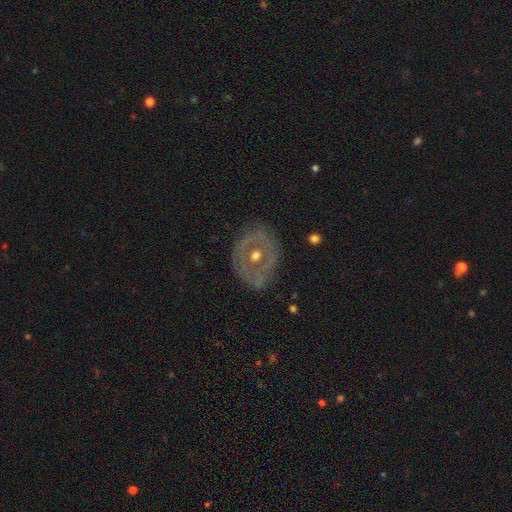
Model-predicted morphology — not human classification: Q: Smooth or featured?
A: featured or disk (69%); runner-up: smooth (24%)
Q: Edge-on disk?
A: no (94%); runner-up: yes (6%)
Q: Bar?
A: no (81%); runner-up: weak (14%)
Q: Spiral arms?
A: no (73%); runner-up: yes (27%)
Q: Bulge size?
A: moderate (77%); runner-up: small (16%)
Q: Merging?
A: none (75%); runner-up: minor disturbance (17%)